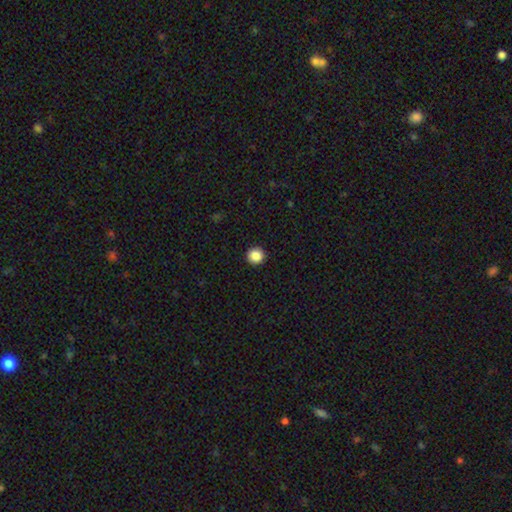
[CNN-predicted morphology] type=smooth (88%); roundness=round (94%); merging=none (93%).